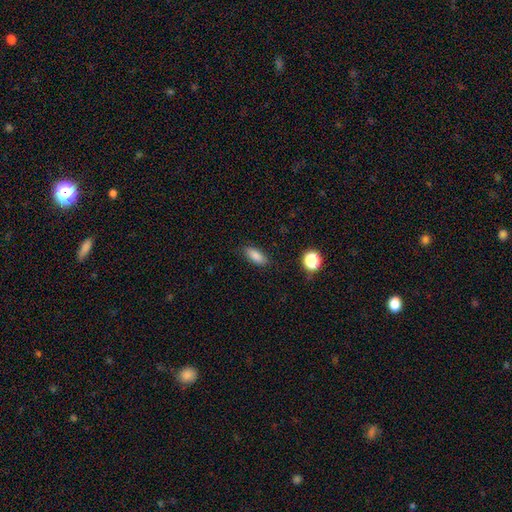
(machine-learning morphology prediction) A smooth galaxy with no disk features (85%) that is in between round and cigar-shaped (80%).

Vote fractions:
- Smooth or featured? smooth: 85% / star or artifact: 9% / featured or disk: 6%
- How rounded? in between: 80% / cigar-shaped: 16% / round: 4%
- Merging? none: 84% / minor disturbance: 11% / major disturbance: 3% / merger: 1%